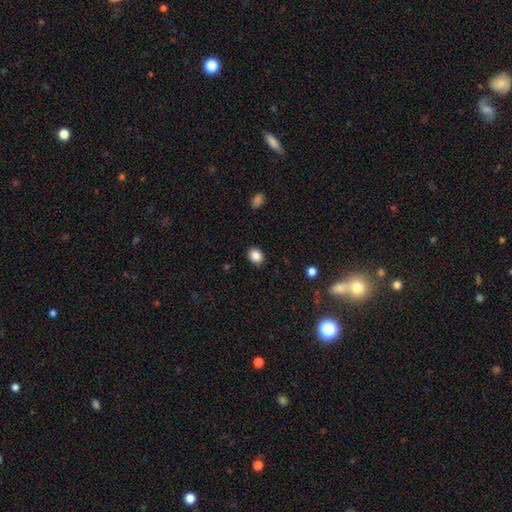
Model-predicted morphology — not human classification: Smooth or featured: smooth — 87% (star or artifact — 9%)
How rounded: in between — 51% (round — 48%)
Merging: none — 89% (minor disturbance — 8%)